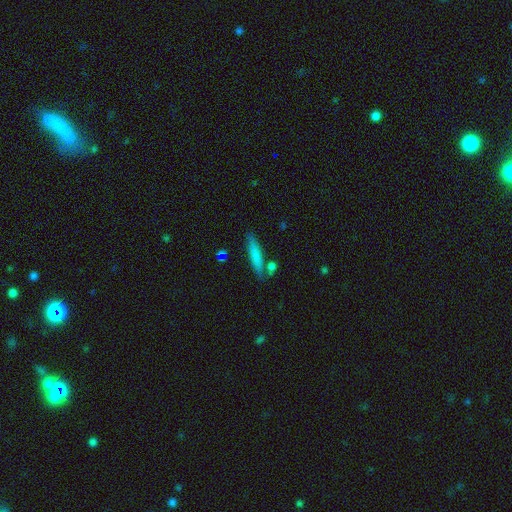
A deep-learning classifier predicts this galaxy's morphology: smooth 76%, featured or disk 18%, star or artifact 6%. Down the decision tree: how rounded — cigar-shaped (85%); merging — none (75%).